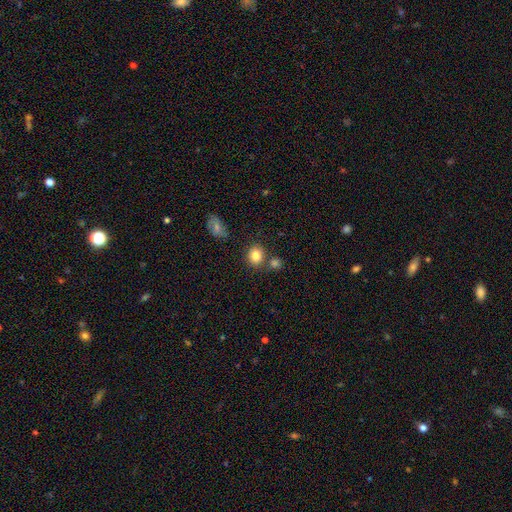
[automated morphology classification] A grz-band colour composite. It shows a smooth galaxy with no disk features (83%) that is round (79%). Merging: none (75%).